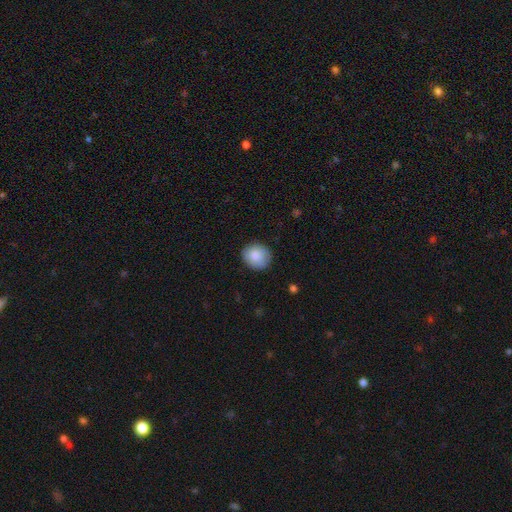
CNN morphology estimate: The model was most divided on "how rounded": round: 80%, in between: 19%, cigar-shaped: 1%. More confident: smooth or featured — smooth (85%); merging — none (85%).